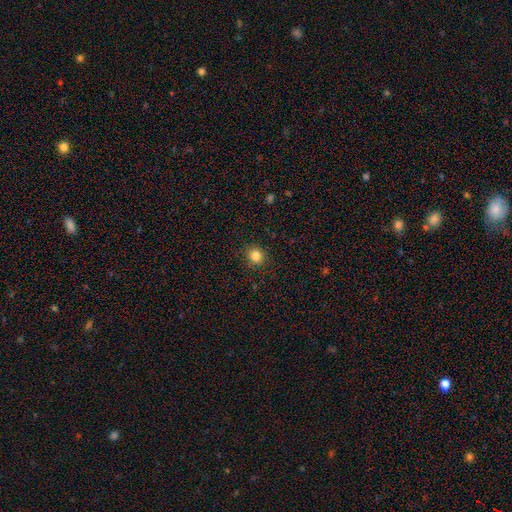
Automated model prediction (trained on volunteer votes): Overall: smooth (84%). How rounded: round (89%). Merging: none (91%).